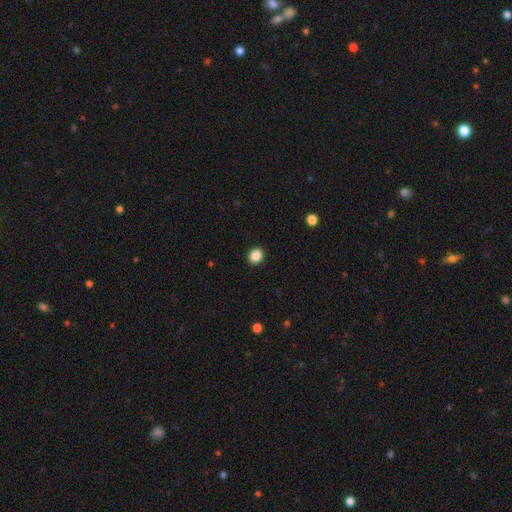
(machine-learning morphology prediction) The model was most divided on "how rounded": round: 66%, in between: 33%, cigar-shaped: 1%. More confident: merging — none (92%); smooth or featured — smooth (87%).